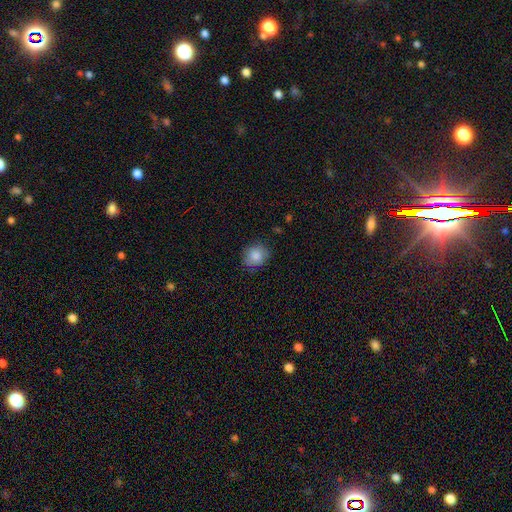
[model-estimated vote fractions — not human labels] Overall: smooth (85%). How rounded: round (72%). Merging: none (79%).